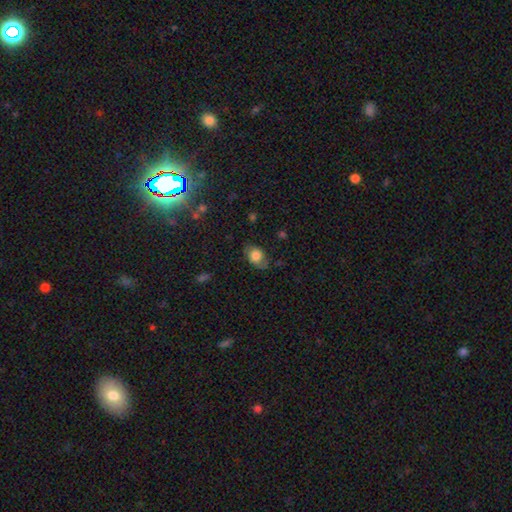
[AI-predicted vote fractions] The model was most divided on "merging": none: 65%, minor disturbance: 25%, major disturbance: 8%, merger: 2%. More confident: how rounded — in between (76%); smooth or featured — smooth (75%).